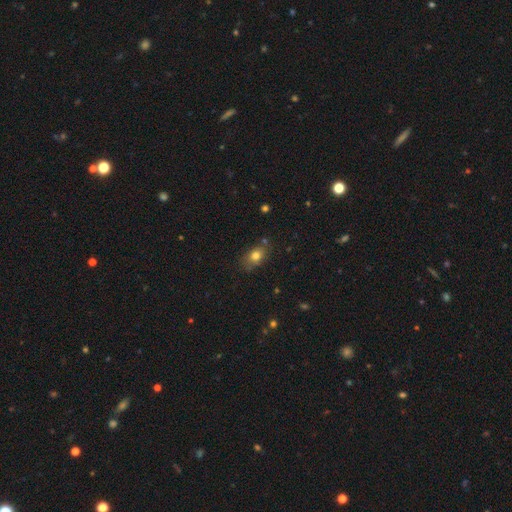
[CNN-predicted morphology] The model was most divided on "how rounded": in between: 71%, round: 27%, cigar-shaped: 3%. More confident: smooth or featured — smooth (77%); merging — none (74%).